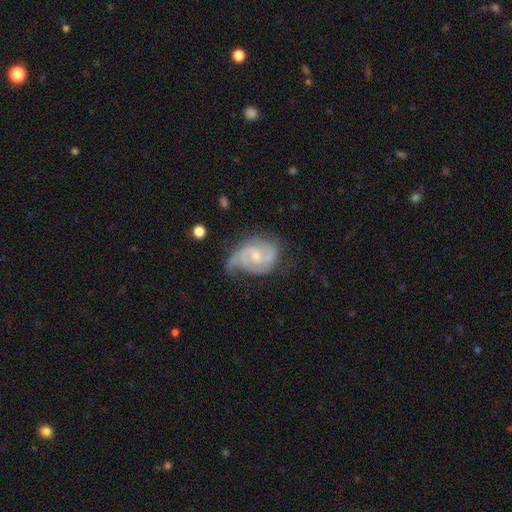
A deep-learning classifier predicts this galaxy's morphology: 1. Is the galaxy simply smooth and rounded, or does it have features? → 84% featured or disk, 11% smooth, 5% star or artifact.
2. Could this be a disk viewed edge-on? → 98% no, 2% yes.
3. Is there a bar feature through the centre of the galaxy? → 56% no, 38% weak, 6% strong.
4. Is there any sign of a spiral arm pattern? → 95% yes, 5% no.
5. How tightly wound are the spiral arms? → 44% medium, 41% tight, 14% loose.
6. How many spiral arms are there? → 54% 2, 21% 3, 14% can't tell, 6% 1, 3% 4, 3% more than 4.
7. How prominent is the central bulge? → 51% small, 44% moderate, 3% none, 2% large, 1% dominant.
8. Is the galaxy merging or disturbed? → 49% none, 31% minor disturbance, 18% major disturbance, 2% merger.